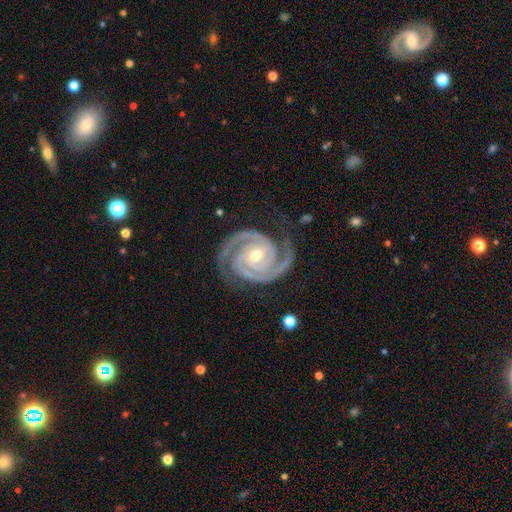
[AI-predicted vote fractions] This is clearly a featured or disk galaxy (95%). It is clearly not viewed edge-on (98%). Bar: marginally no (39%). Spiral arm pattern: clearly yes (99%). Spiral arm count: clearly 2 (87%). Spiral winding: likely tight (76%). Central bulge: likely moderate (60%). Merging: clearly none (81%).